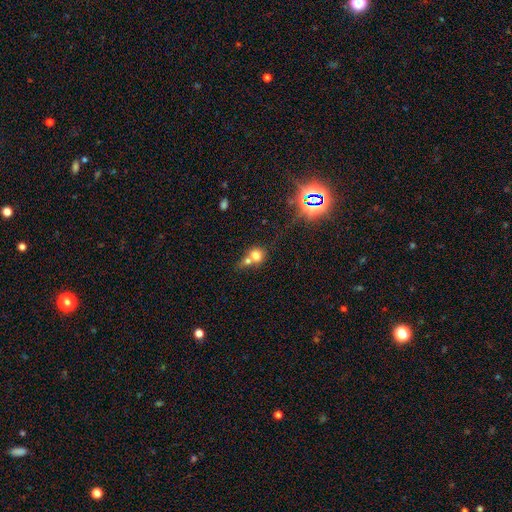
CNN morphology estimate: type=smooth (70%); roundness=round (71%); merging=merger (58%).